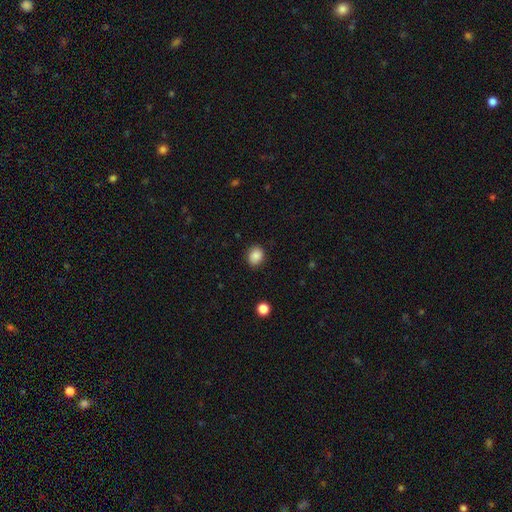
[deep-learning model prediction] Smooth or featured? smooth (87%)
How rounded? round (58%)
Merging? none (86%)